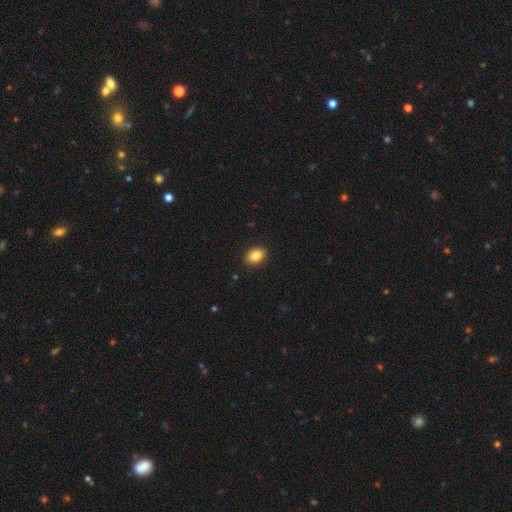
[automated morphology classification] Smooth or featured? smooth (84%)
How rounded? in between (79%)
Merging? none (90%)